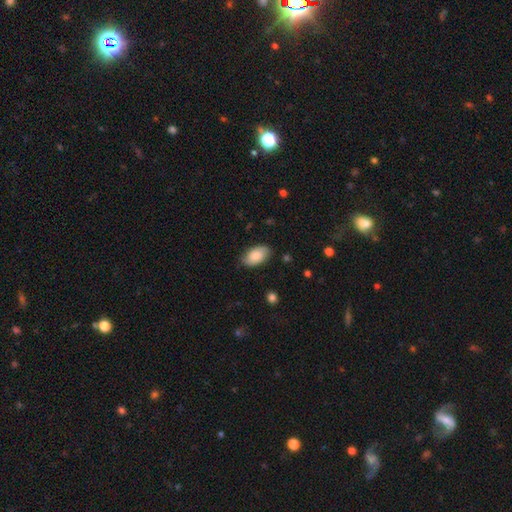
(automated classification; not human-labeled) Smooth or featured? Predicted: smooth (p=0.77). How rounded? Predicted: in between (p=0.94). Merging? Predicted: none (p=0.78).